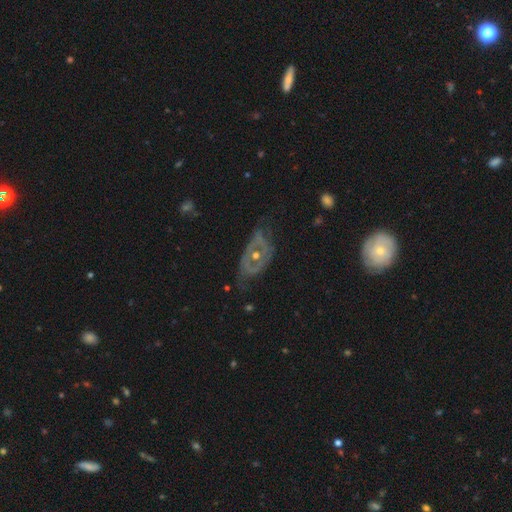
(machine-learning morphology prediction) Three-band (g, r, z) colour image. It shows a featured or disk galaxy (74%) with no bar (76%), no spiral arms (58%) and a moderate central bulge (63%). Merging: none (53%).